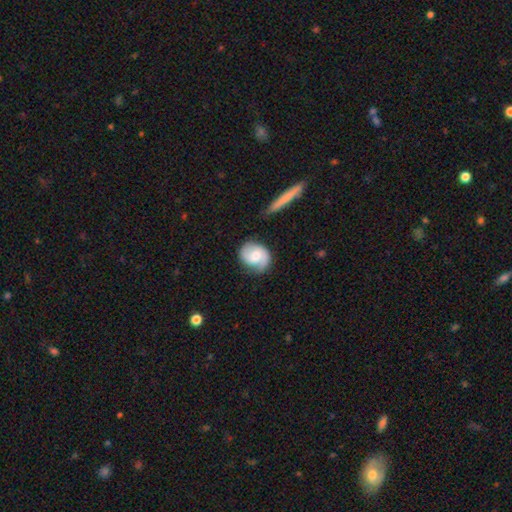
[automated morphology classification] Smooth or featured? featured or disk (66%)
Edge-on disk? no (97%)
Bar? no (53%)
Spiral arms? yes (93%)
Spiral winding? medium (45%)
Spiral arm count? 2 (81%)
Bulge size? moderate (63%)
Merging? none (73%)